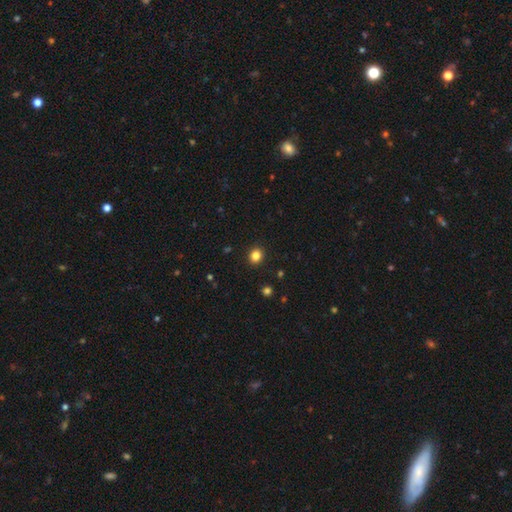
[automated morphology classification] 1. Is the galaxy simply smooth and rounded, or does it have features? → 84% smooth, 12% star or artifact, 4% featured or disk.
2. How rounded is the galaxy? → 77% round, 22% in between, 1% cigar-shaped.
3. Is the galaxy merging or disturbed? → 92% none, 6% minor disturbance, 2% major disturbance, 1% merger.